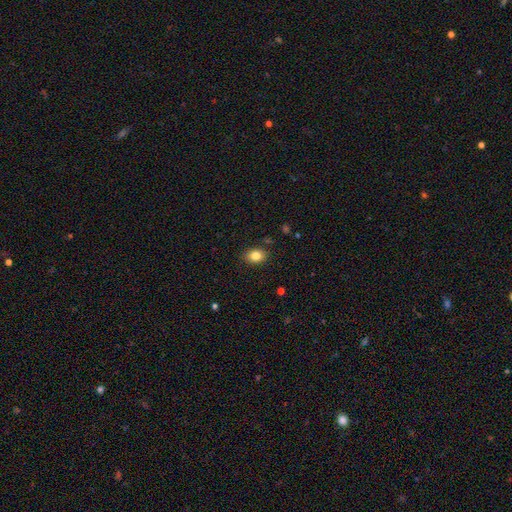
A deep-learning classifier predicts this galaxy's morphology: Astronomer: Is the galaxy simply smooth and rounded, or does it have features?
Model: smooth — 84%.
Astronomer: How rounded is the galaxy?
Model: in between — 66%.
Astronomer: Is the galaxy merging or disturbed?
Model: none — 86%.